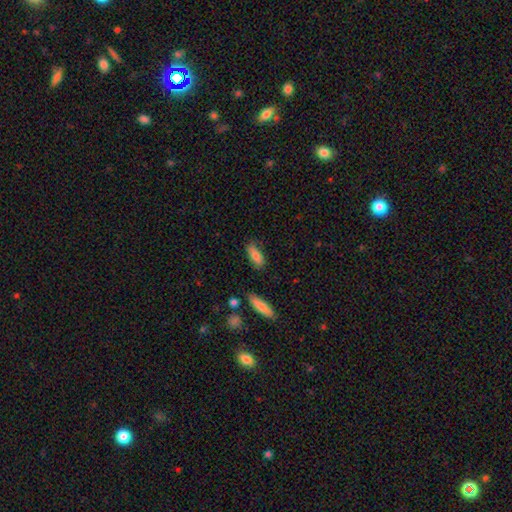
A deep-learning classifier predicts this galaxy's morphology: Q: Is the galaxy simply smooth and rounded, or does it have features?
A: smooth — 80%.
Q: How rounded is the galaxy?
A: in between — 68%.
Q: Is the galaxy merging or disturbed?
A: none — 79%.